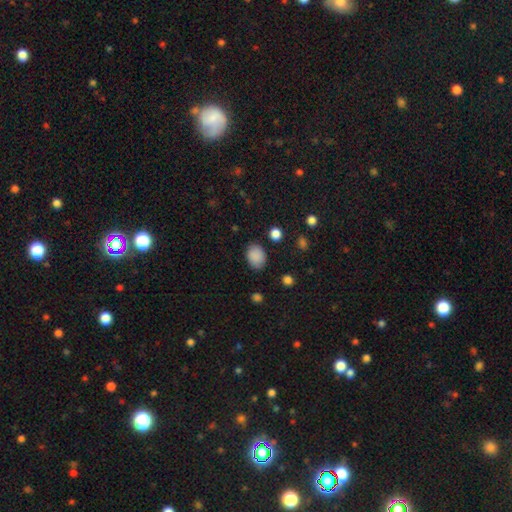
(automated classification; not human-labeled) A smooth galaxy with no disk features (88%) that is in between round and cigar-shaped (66%). Merging: none (82%).